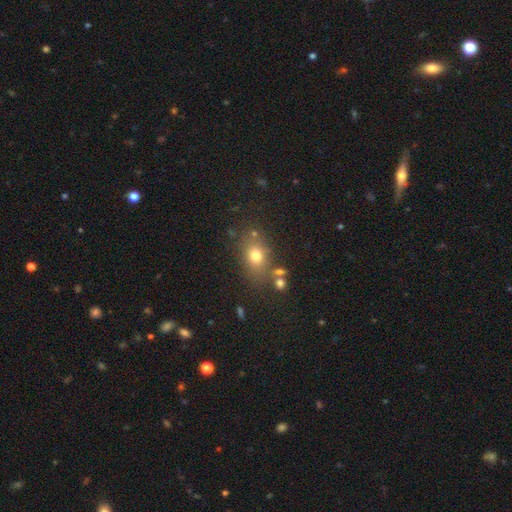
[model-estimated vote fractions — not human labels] Overall: smooth (72%). How rounded: in between (61%; round 37%). Merging: none (72%).